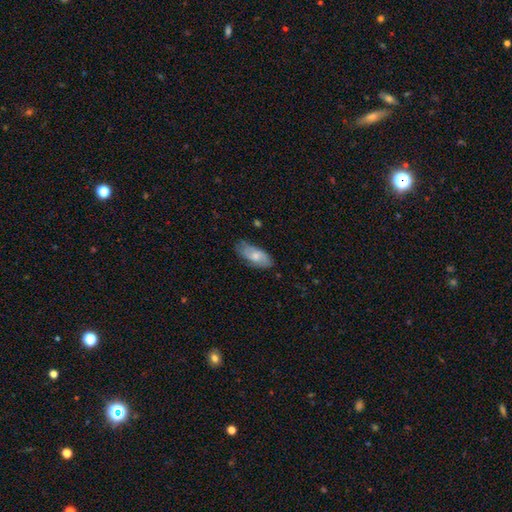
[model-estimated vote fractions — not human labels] Q: Smooth or featured?
A: smooth (63%); runner-up: featured or disk (31%)
Q: How rounded?
A: in between (88%); runner-up: cigar-shaped (10%)
Q: Merging?
A: none (65%); runner-up: minor disturbance (27%)